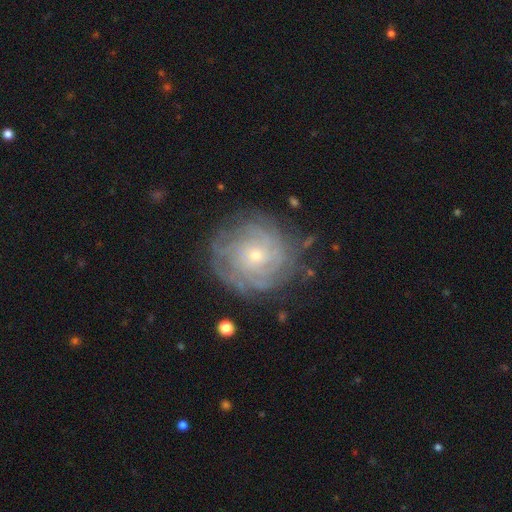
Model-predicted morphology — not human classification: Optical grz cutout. It shows a featured or disk galaxy (80%) with no bar (80%), tight (76%) spiral arms (91%) and a small central bulge (75%). Merging: none (75%).